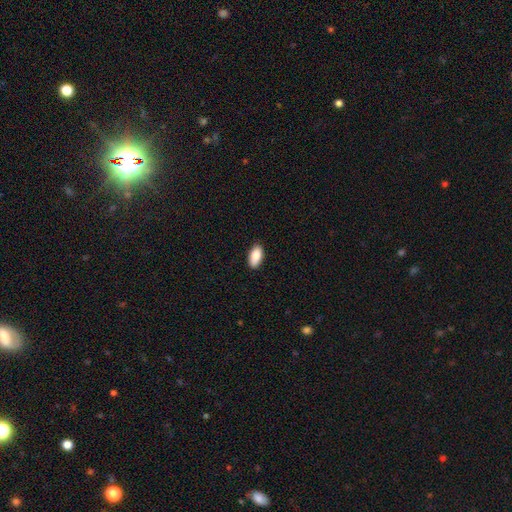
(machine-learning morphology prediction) This is clearly a smooth galaxy (87%). How rounded: clearly in between (93%). Merging: clearly none (87%).